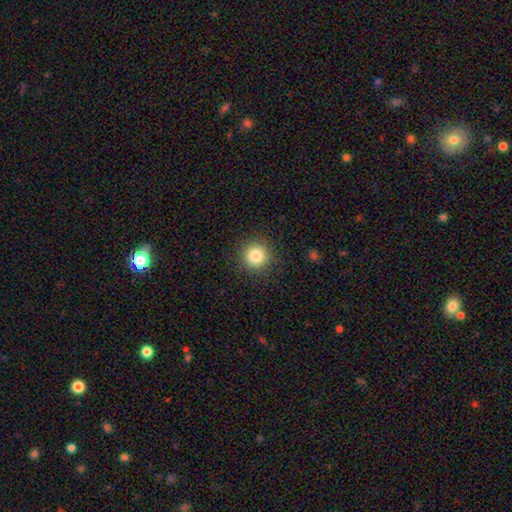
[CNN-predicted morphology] Smooth or featured: smooth — 84% (star or artifact — 11%)
How rounded: round — 94% (in between — 5%)
Merging: none — 90% (minor disturbance — 6%)